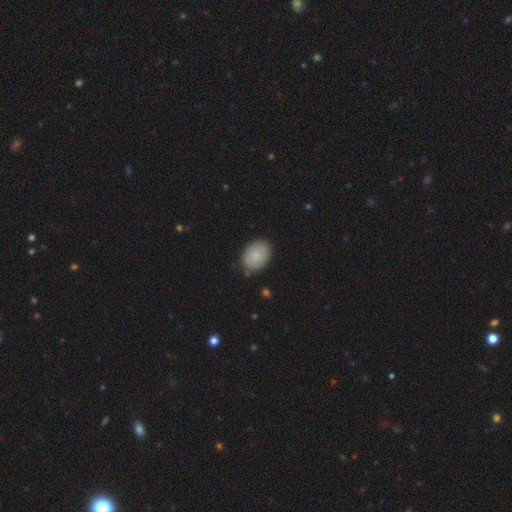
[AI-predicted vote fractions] Smooth or featured? Predicted: smooth (p=0.82). How rounded? Predicted: in between (p=0.75). Merging? Predicted: none (p=0.80).